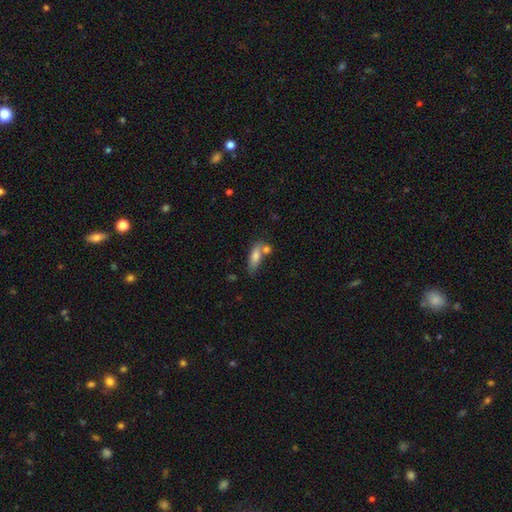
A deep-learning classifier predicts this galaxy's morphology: smooth-or-featured: smooth: 74% | featured or disk: 18% | star or artifact: 8%
  how-rounded: in between: 60% | cigar-shaped: 37% | round: 3%
  merging: none: 48% | merger: 29% | minor disturbance: 17% | major disturbance: 6%